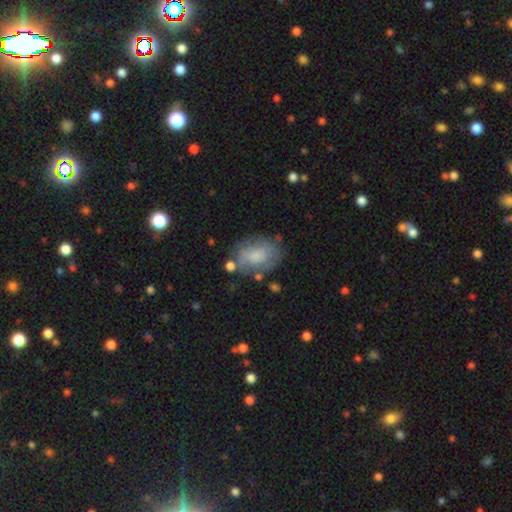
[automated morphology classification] A smooth galaxy with no disk features (62%) that is in between round and cigar-shaped (78%). Merging: none (62%).